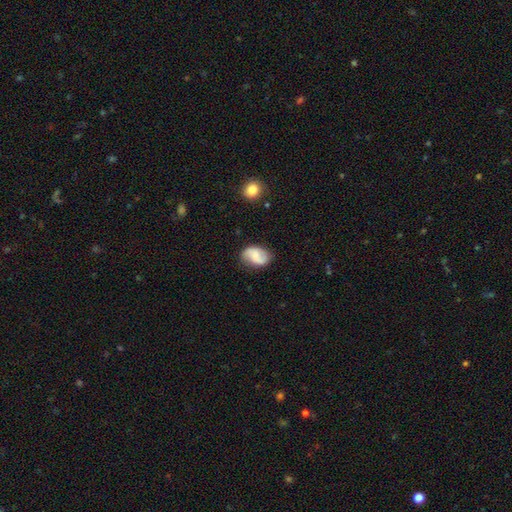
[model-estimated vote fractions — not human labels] Overall: featured or disk (53%; smooth 40%). Edge-on disk: no (97%). Bar: no (45%; weak 43%). Spiral arms: yes (90%). Bulge size: small (42%; moderate 32%). Merging: none (74%).